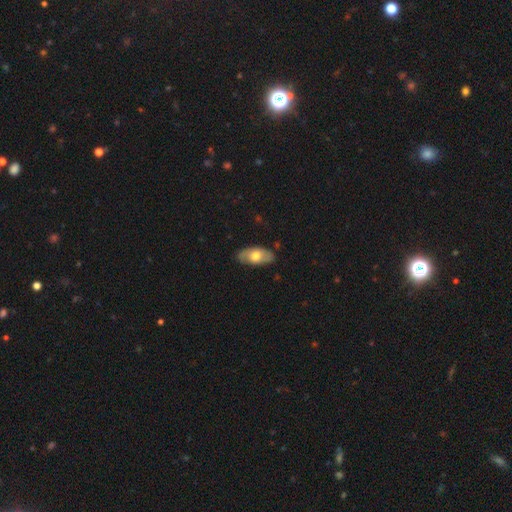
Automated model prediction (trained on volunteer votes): smooth-or-featured: smooth: 57% | featured or disk: 37% | star or artifact: 6%
  how-rounded: in between: 90% | cigar-shaped: 6% | round: 4%
  merging: none: 80% | minor disturbance: 16% | major disturbance: 3% | merger: 1%